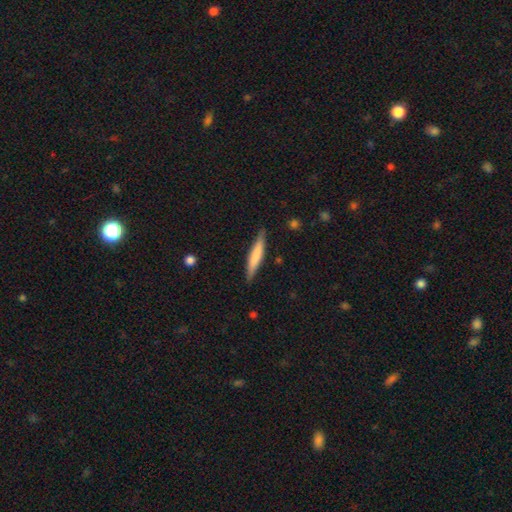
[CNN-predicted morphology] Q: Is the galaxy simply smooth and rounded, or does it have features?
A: smooth — 67%.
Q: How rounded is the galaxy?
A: cigar-shaped — 90%.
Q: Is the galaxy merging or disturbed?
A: none — 86%.